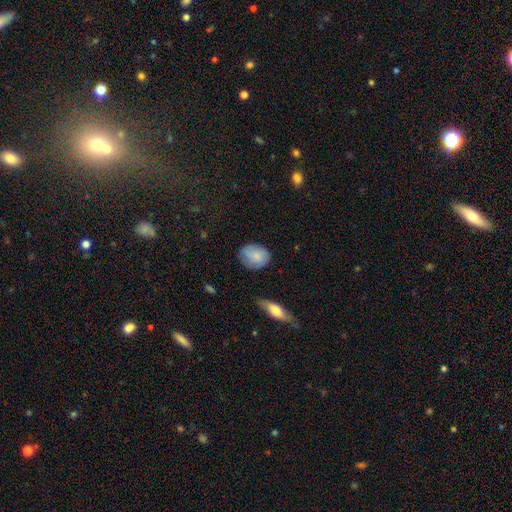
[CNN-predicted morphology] smooth-or-featured: smooth: 77% | featured or disk: 16% | star or artifact: 7%
  how-rounded: in between: 54% | round: 44% | cigar-shaped: 2%
  merging: none: 69% | minor disturbance: 24% | major disturbance: 5% | merger: 2%